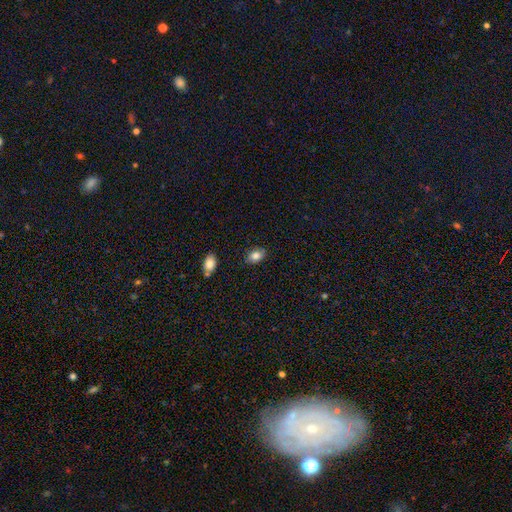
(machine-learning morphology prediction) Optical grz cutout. It shows a smooth galaxy with no disk features (83%) that is in between round and cigar-shaped (80%). Merging: none (85%).